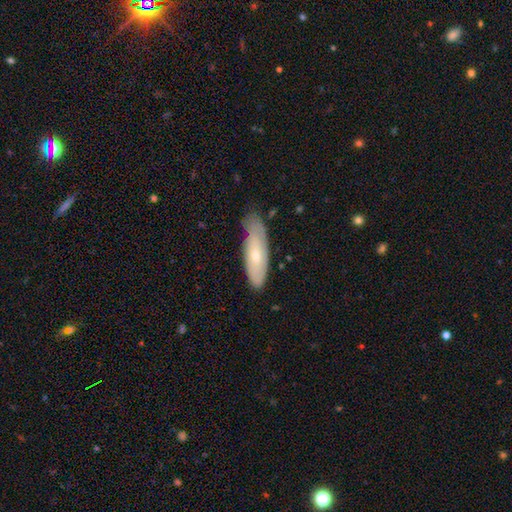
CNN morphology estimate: Smooth or featured: smooth — 55% (featured or disk — 38%)
How rounded: cigar-shaped — 51% (in between — 47%)
Merging: none — 65% (minor disturbance — 28%)